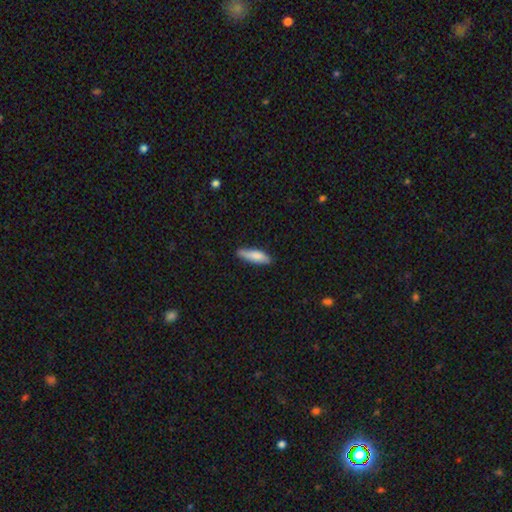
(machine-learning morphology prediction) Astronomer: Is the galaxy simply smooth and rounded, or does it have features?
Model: smooth — 80%.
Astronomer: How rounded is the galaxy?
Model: cigar-shaped — 63%.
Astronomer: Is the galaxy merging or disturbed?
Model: none — 79%.